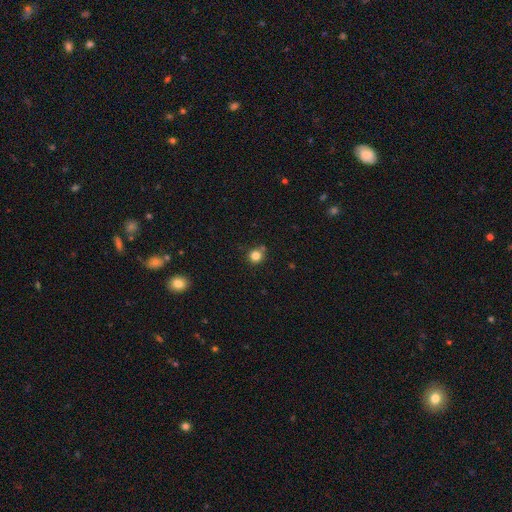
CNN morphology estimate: A smooth galaxy with no disk features (82%) that is round (92%).

Vote fractions:
- Smooth or featured? smooth: 82% / star or artifact: 13% / featured or disk: 5%
- How rounded? round: 92% / in between: 7% / cigar-shaped: 1%
- Merging? none: 77% / minor disturbance: 11% / merger: 10% / major disturbance: 3%